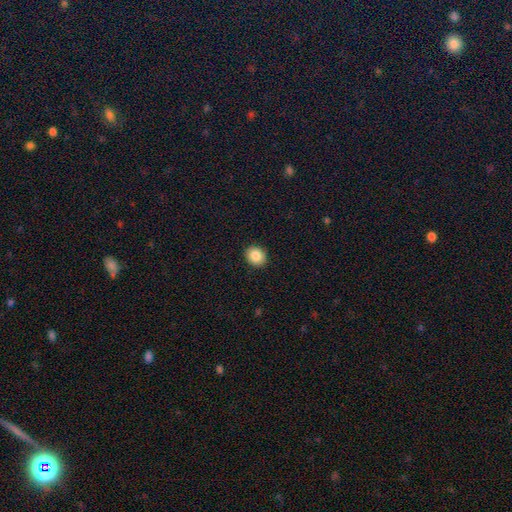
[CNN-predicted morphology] The model was most divided on "how rounded": round: 63%, in between: 36%, cigar-shaped: 1%. More confident: merging — none (92%); smooth or featured — smooth (86%).